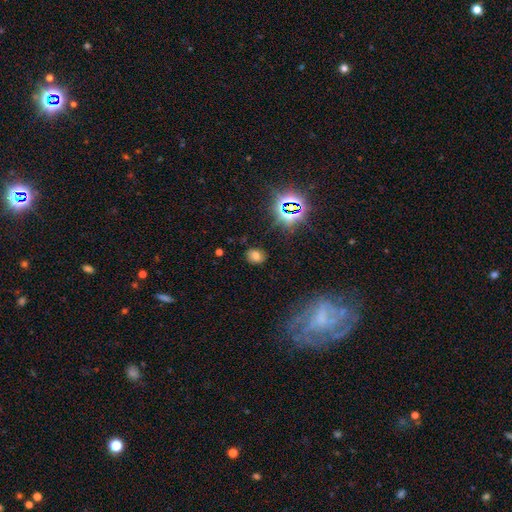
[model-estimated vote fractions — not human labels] smooth-or-featured: smooth: 63% | star or artifact: 26% | featured or disk: 11%
  how-rounded: in between: 52% | round: 47% | cigar-shaped: 1%
  merging: none: 83% | minor disturbance: 12% | major disturbance: 4% | merger: 2%